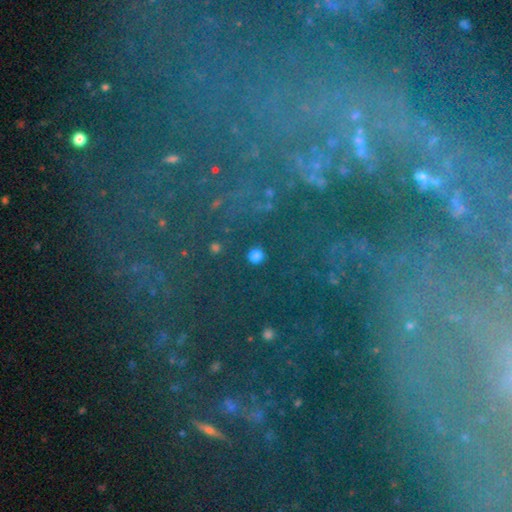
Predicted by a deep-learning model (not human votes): Morphology: type=smooth (73%); roundness=round (88%); merging=none (88%).